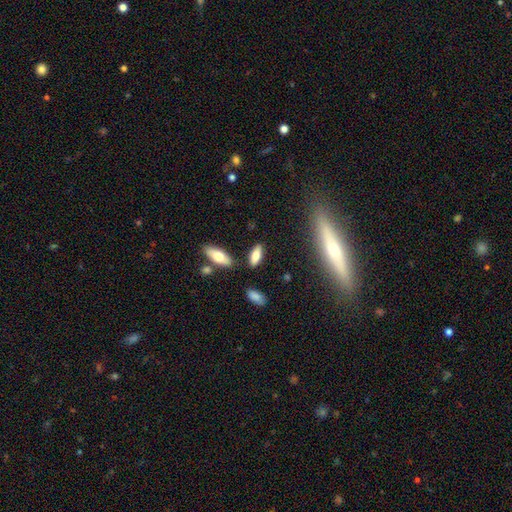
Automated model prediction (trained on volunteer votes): smooth_or_featured: smooth (p=0.71) [alt: featured or disk p=0.21]
how_rounded: in between (p=0.70) [alt: cigar-shaped p=0.28]
merging: none (p=0.80) [alt: minor disturbance p=0.12]